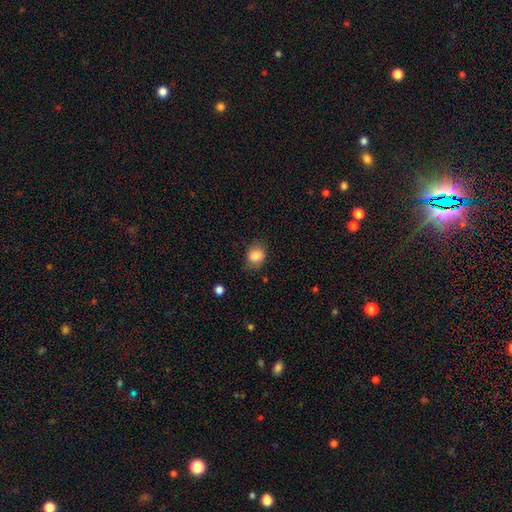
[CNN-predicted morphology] This is clearly a smooth galaxy (85%). How rounded: possibly round (55%). Merging: likely none (76%).